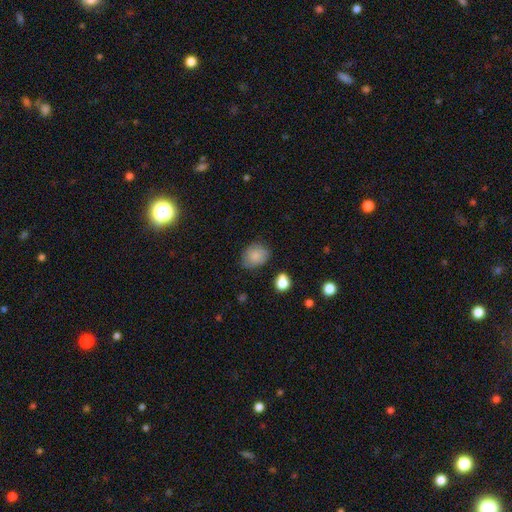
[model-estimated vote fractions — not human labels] This is likely a smooth galaxy (80%). How rounded: possibly round (53%). Merging: likely none (67%).